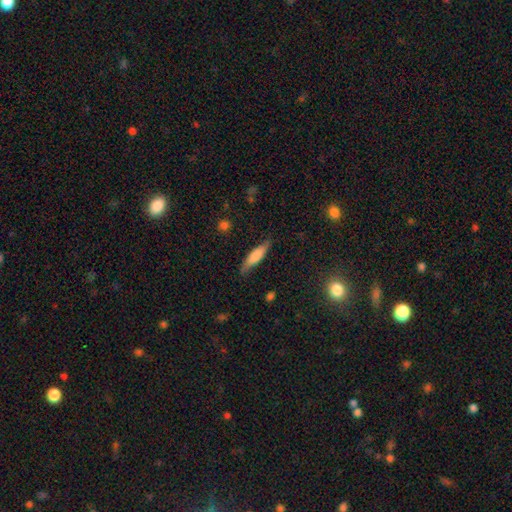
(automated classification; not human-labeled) A smooth galaxy with no disk features (73%) that is cigar-shaped (71%). Merging: none (79%).